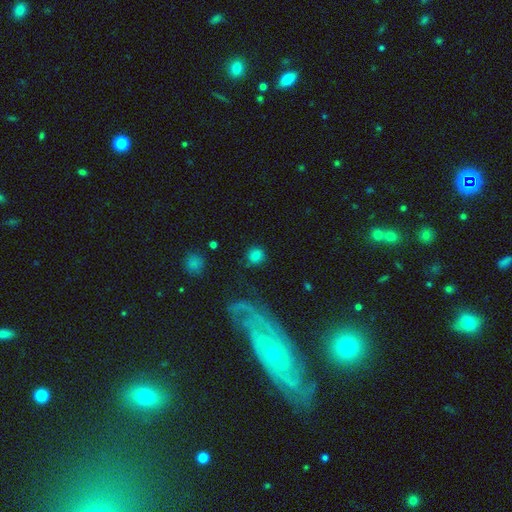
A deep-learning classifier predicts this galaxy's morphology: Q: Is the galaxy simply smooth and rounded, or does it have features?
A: smooth — 78%.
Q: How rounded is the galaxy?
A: round — 80%.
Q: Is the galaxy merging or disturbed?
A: none — 77%.